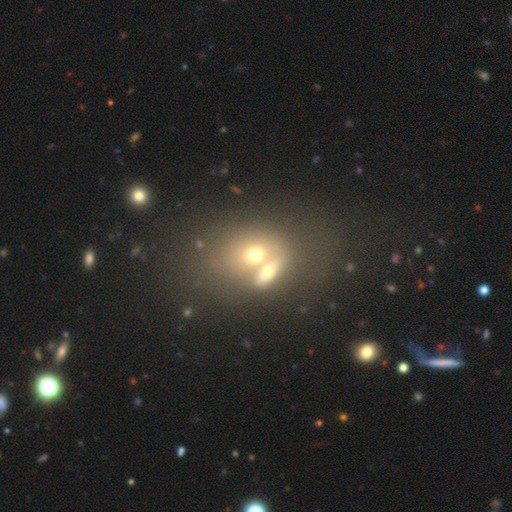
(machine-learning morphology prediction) This appears to be a smooth galaxy with no disk features (55%) that is in between round and cigar-shaped (61%). Merging: merger (60%).